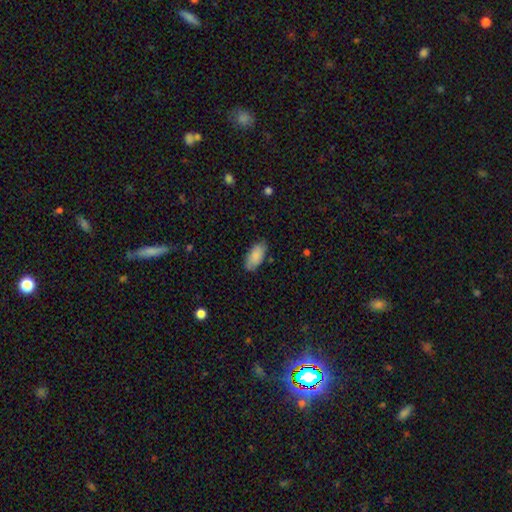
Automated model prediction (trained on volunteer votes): This is clearly a smooth galaxy (86%). How rounded: clearly in between (91%). Merging: clearly none (82%).